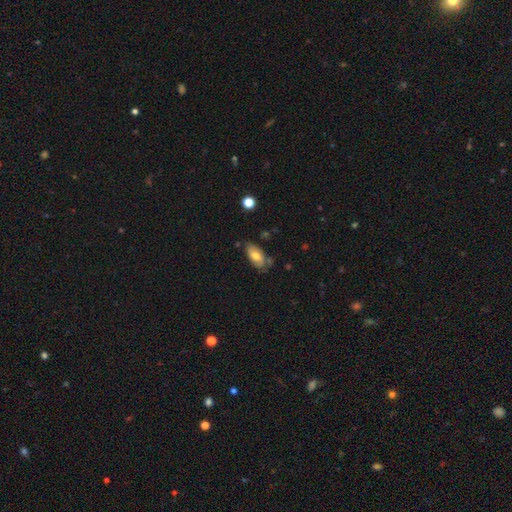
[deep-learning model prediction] Smooth or featured? smooth (68%)
How rounded? in between (91%)
Merging? none (61%)